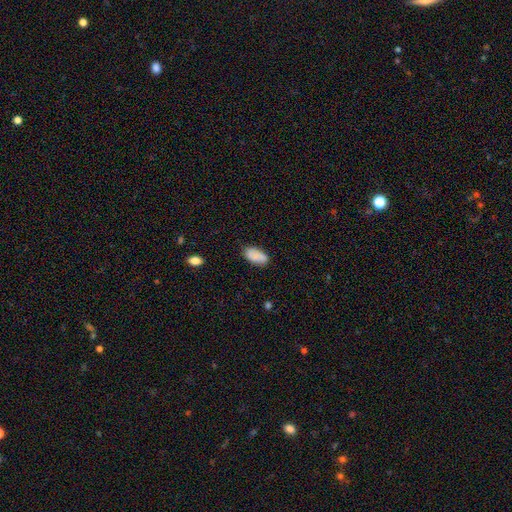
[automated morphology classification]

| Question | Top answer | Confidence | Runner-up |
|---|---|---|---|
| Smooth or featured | smooth | 86% | featured or disk (7%) |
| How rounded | in between | 93% | cigar-shaped (4%) |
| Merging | none | 78% | minor disturbance (16%) |